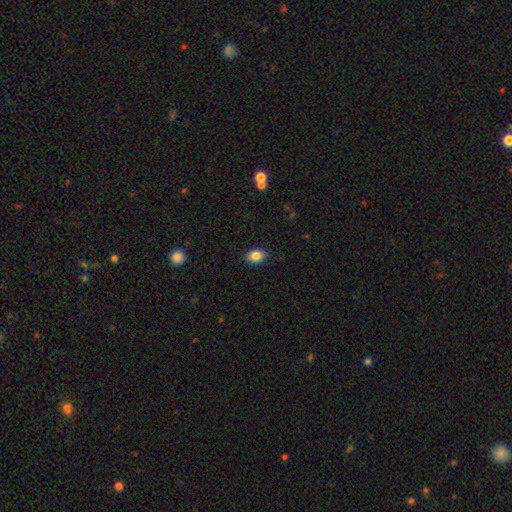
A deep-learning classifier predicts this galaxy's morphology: A smooth galaxy with no disk features (85%) that is in between round and cigar-shaped (80%). Merging: none (86%).